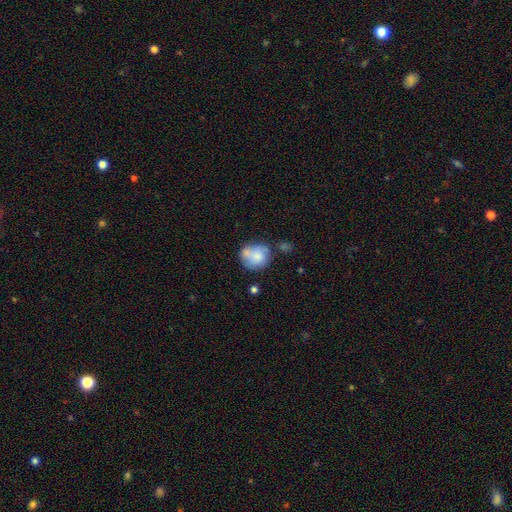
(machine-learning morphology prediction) Smooth or featured? smooth (65%)
How rounded? round (71%)
Merging? none (42%)